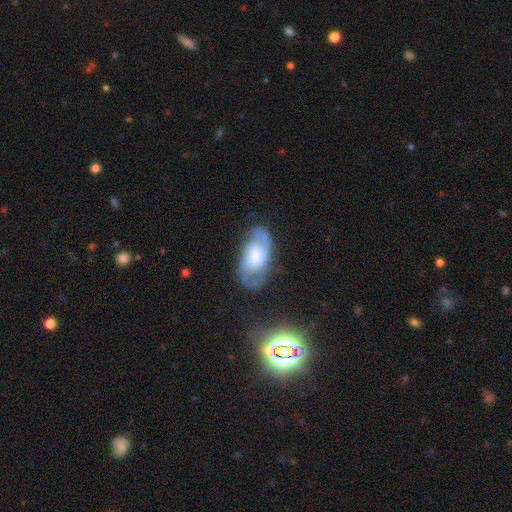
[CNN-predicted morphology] The model was most divided on "bulge size": small: 35%, moderate: 33%, large: 18%, none: 11%, dominant: 3%. More confident: edge-on disk — no (96%); spiral arms — yes (94%); spiral arm count — 2 (87%); smooth or featured — featured or disk (79%); merging — none (70%); spiral winding — medium (51%); bar — no (50%).